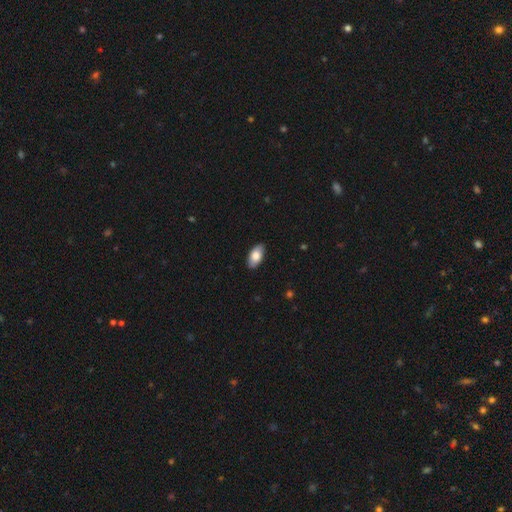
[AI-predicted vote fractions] The model was most divided on "smooth or featured": smooth: 81%, featured or disk: 13%, star or artifact: 6%. More confident: how rounded — in between (94%); merging — none (88%).